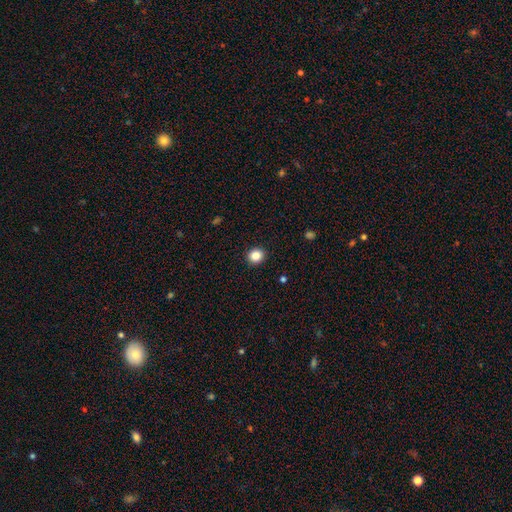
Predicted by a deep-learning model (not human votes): This is clearly a smooth galaxy (85%). How rounded: clearly round (85%). Merging: clearly none (92%).